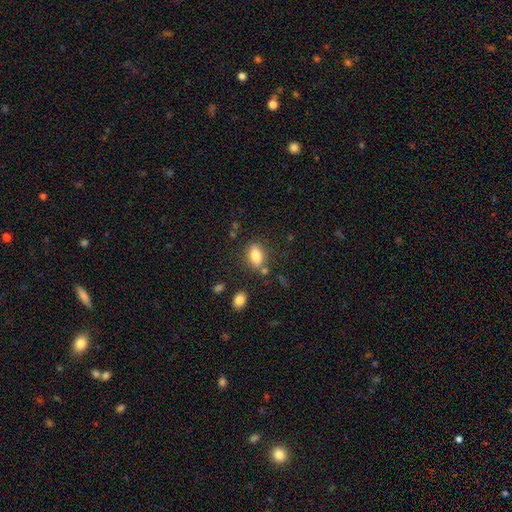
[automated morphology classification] Smooth or featured?
  - smooth: 82% *
  - featured or disk: 9%
  - star or artifact: 9%
How rounded?
  - in between: 85% *
  - round: 11%
  - cigar-shaped: 4%
Merging?
  - none: 73% *
  - minor disturbance: 14%
  - merger: 9%
  - major disturbance: 4%